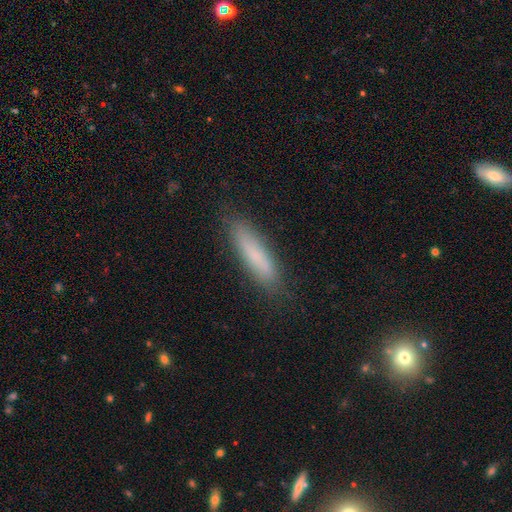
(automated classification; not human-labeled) Smooth or featured? smooth (77%)
How rounded? cigar-shaped (79%)
Merging? none (84%)